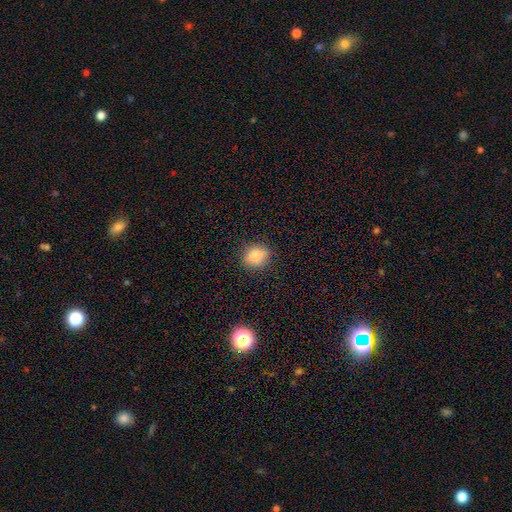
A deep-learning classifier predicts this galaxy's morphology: Smooth or featured: smooth — 83% (star or artifact — 11%)
How rounded: round — 61% (in between — 37%)
Merging: none — 81% (minor disturbance — 15%)